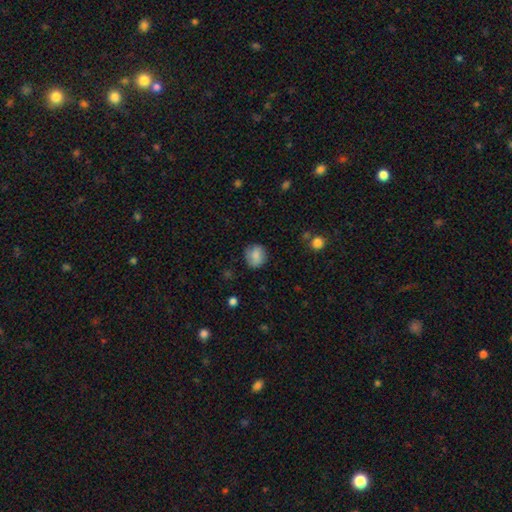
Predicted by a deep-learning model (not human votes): Smooth or featured? smooth (82%)
How rounded? round (78%)
Merging? none (78%)